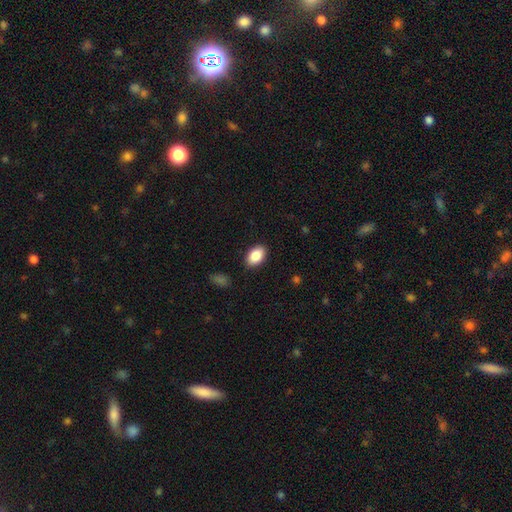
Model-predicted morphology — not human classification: This appears to be a smooth galaxy with no disk features (87%) that is in between round and cigar-shaped (91%). Merging: none (88%).